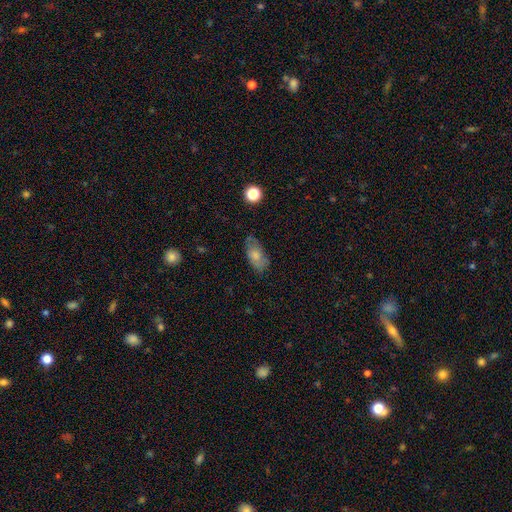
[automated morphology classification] smooth-or-featured: smooth: 70% | featured or disk: 22% | star or artifact: 8%
  how-rounded: in between: 90% | cigar-shaped: 5% | round: 5%
  merging: none: 67% | minor disturbance: 24% | major disturbance: 7% | merger: 2%